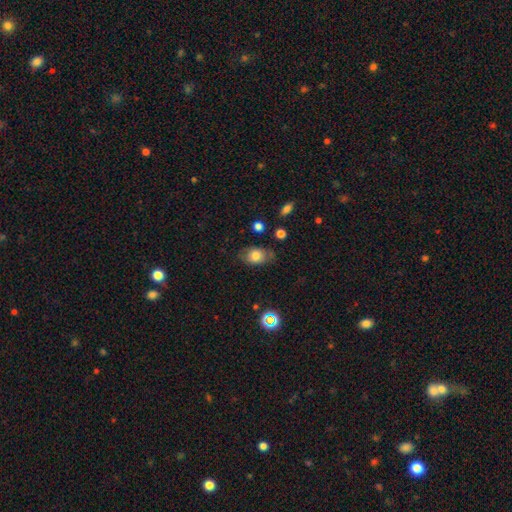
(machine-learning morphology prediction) A smooth galaxy with no disk features (72%) that is in between round and cigar-shaped (79%). Merging: none (68%).